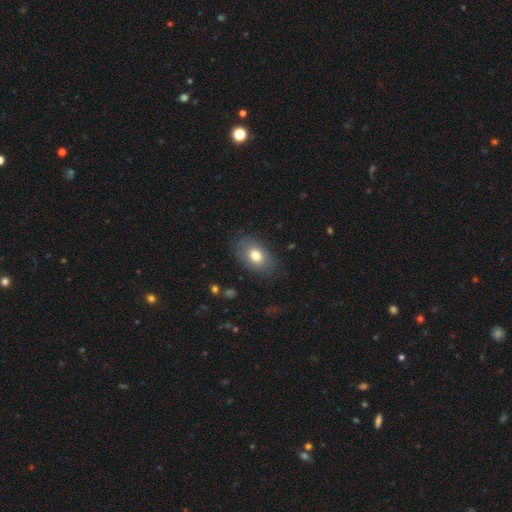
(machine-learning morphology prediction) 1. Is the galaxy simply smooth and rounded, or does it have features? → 75% smooth, 16% featured or disk, 8% star or artifact.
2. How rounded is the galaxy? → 83% in between, 15% round, 1% cigar-shaped.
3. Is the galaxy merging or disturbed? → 80% none, 15% minor disturbance, 5% major disturbance, 1% merger.